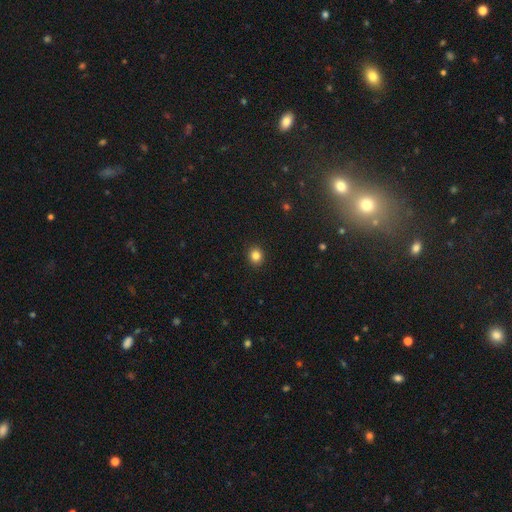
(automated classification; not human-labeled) The model was most divided on "how rounded": round: 78%, in between: 21%, cigar-shaped: 1%. More confident: merging — none (92%); smooth or featured — smooth (84%).